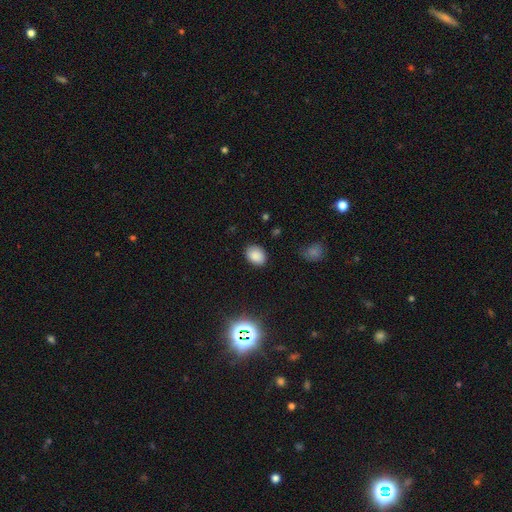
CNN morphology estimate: Smooth or featured? Predicted: smooth (p=0.85). How rounded? Predicted: in between (p=0.71). Merging? Predicted: none (p=0.85).